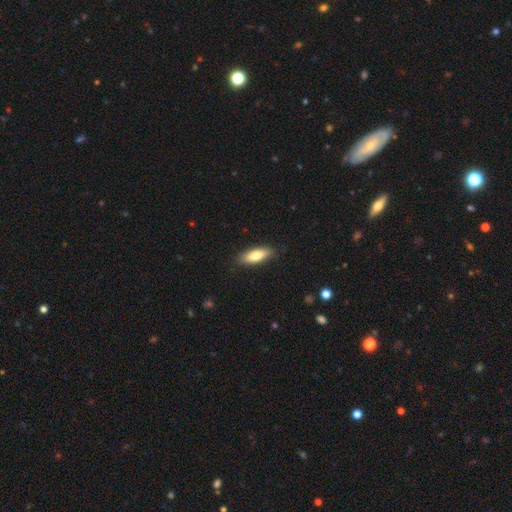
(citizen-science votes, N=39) smooth-or-featured: smooth: 77% | featured or disk: 21% | star or artifact: 3%
  how-rounded: in between: 63% | cigar-shaped: 37% | round: 0%
  merging: none: 95% | minor disturbance: 5% | major disturbance: 0% | merger: 0%